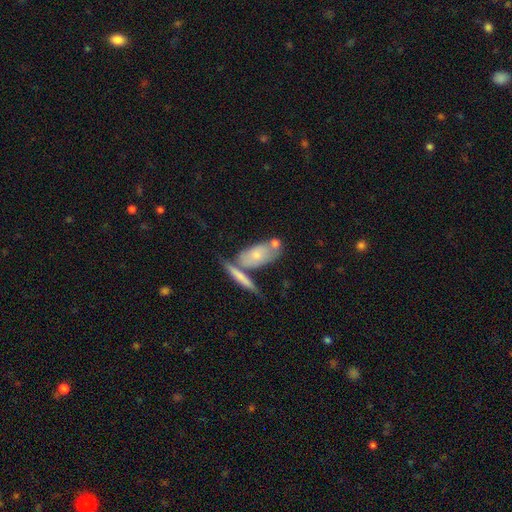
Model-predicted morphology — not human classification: Smooth or featured?
  - smooth: 60% *
  - featured or disk: 34%
  - star or artifact: 7%
How rounded?
  - in between: 74% *
  - cigar-shaped: 20%
  - round: 6%
Merging?
  - none: 43% *
  - merger: 34%
  - minor disturbance: 16%
  - major disturbance: 7%